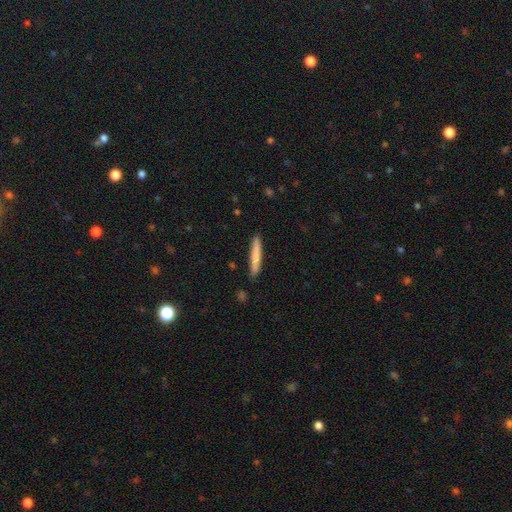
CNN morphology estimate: Q: Smooth or featured?
A: smooth (78%); runner-up: featured or disk (17%)
Q: How rounded?
A: cigar-shaped (94%); runner-up: in between (5%)
Q: Merging?
A: none (88%); runner-up: minor disturbance (9%)